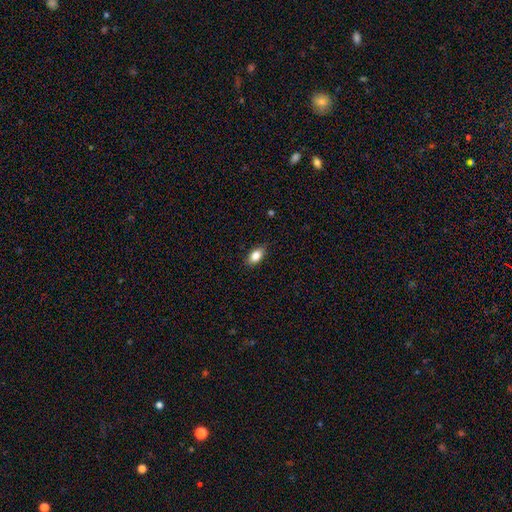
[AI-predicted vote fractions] smooth_or_featured: smooth (p=0.85) [alt: star or artifact p=0.08]
how_rounded: in between (p=0.89) [alt: round p=0.07]
merging: none (p=0.84) [alt: minor disturbance p=0.13]